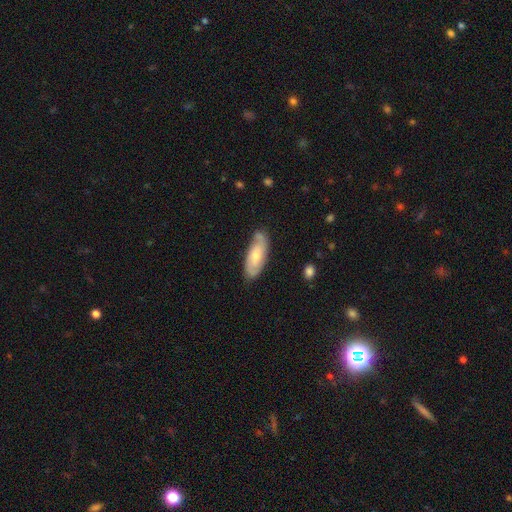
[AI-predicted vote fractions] Smooth or featured? featured or disk (50%)
Edge-on disk? no (84%)
Merging? none (73%)